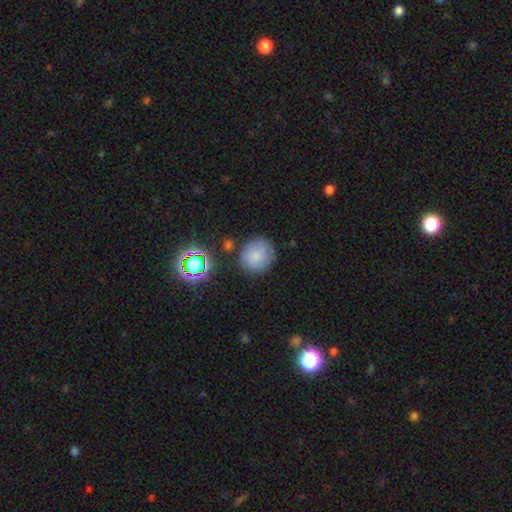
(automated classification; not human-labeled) smooth_or_featured: smooth (p=0.77) [alt: star or artifact p=0.13]
how_rounded: round (p=0.83) [alt: in between p=0.16]
merging: none (p=0.77) [alt: minor disturbance p=0.14]